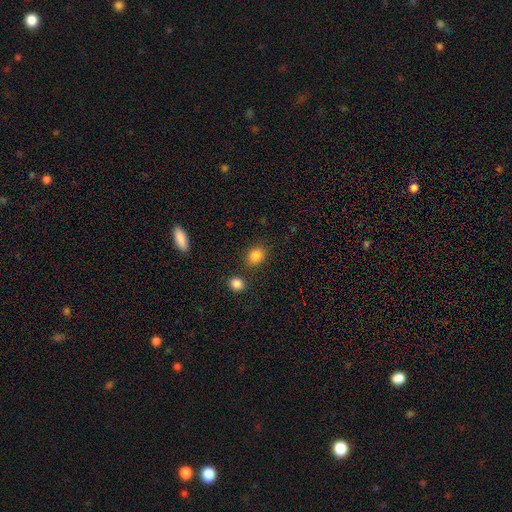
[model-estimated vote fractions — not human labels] Q: Smooth or featured?
A: smooth (86%); runner-up: star or artifact (10%)
Q: How rounded?
A: round (54%); runner-up: in between (44%)
Q: Merging?
A: none (80%); runner-up: minor disturbance (10%)